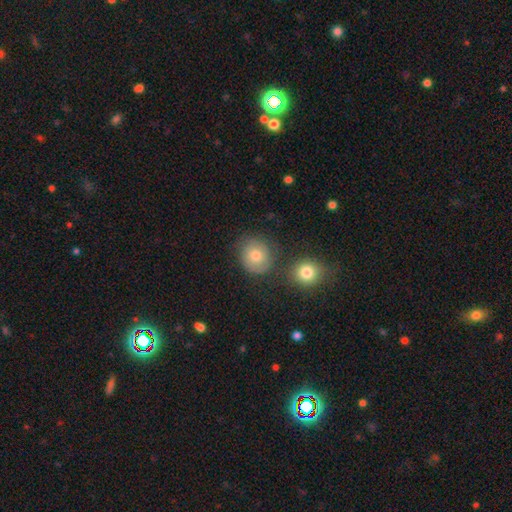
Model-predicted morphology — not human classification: Smooth or featured? Predicted: smooth (p=0.65). How rounded? Predicted: round (p=0.82). Merging? Predicted: none (p=0.74).